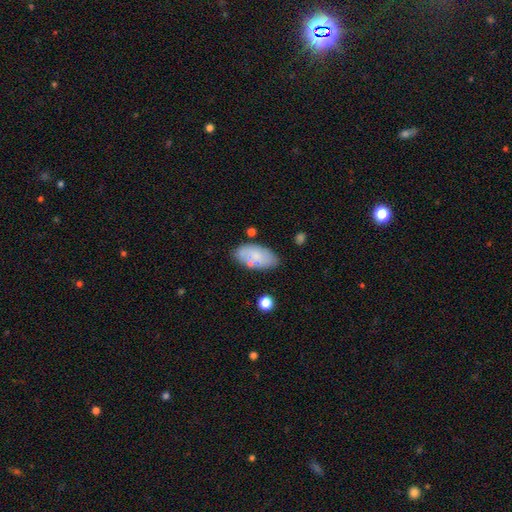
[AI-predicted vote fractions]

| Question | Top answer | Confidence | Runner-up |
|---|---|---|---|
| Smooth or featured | smooth | 65% | featured or disk (28%) |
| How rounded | in between | 94% | cigar-shaped (3%) |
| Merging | none | 69% | minor disturbance (19%) |